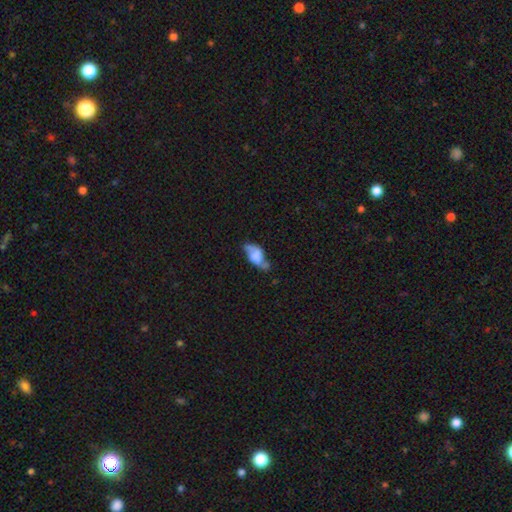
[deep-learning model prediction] Smooth or featured?
  - featured or disk: 48% *
  - smooth: 44%
  - star or artifact: 9%
Merging?
  - none: 48% *
  - minor disturbance: 29%
  - major disturbance: 16%
  - merger: 7%